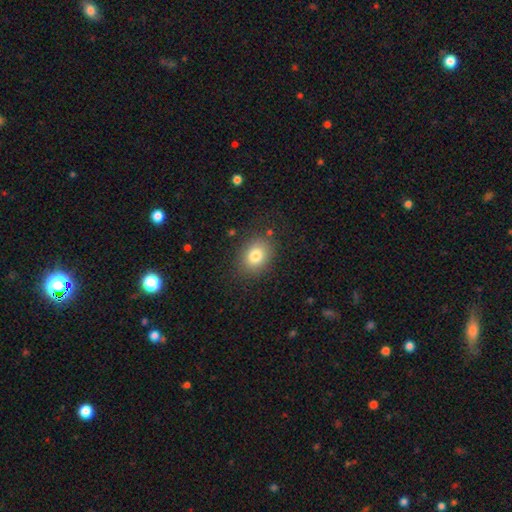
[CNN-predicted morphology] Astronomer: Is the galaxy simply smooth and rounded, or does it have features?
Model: smooth — 80%.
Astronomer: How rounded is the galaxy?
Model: in between — 59% (runner-up: round, 40%).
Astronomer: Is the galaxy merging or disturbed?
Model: none — 84%.